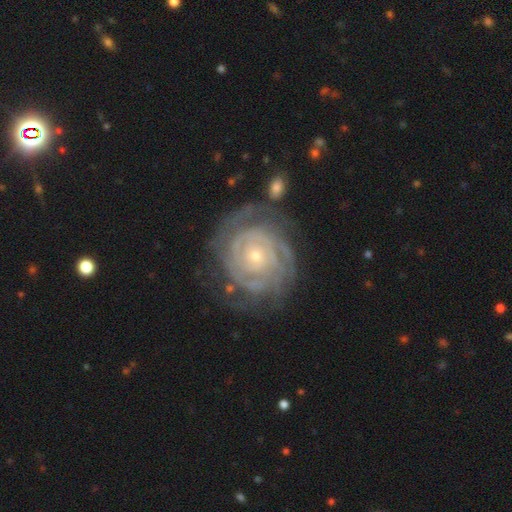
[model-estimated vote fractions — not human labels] This is clearly a featured or disk galaxy (88%). It is clearly not viewed edge-on (97%). Bar: likely no (77%). Spiral arm pattern: clearly yes (96%). Spiral arm count: marginally can't tell (32%). Spiral winding: clearly tight (84%). Central bulge: likely small (74%). Merging: likely none (69%).